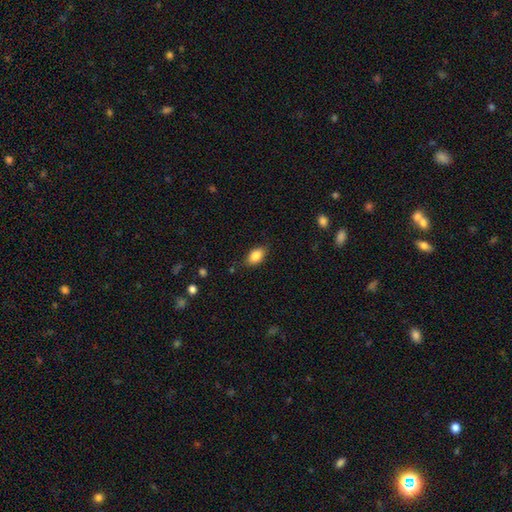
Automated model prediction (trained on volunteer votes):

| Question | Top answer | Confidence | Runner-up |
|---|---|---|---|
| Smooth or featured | smooth | 86% | star or artifact (8%) |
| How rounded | in between | 90% | round (6%) |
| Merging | none | 81% | minor disturbance (15%) |